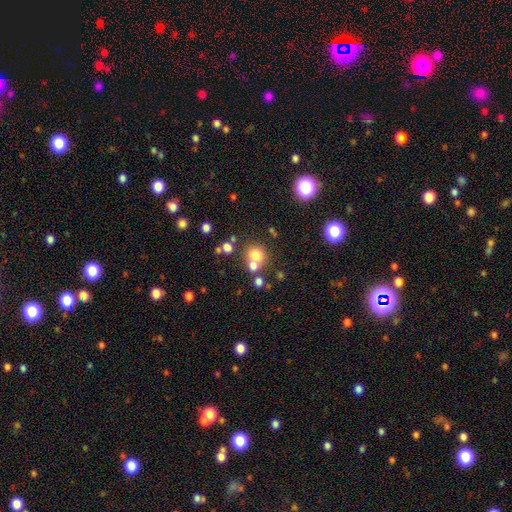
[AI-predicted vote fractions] Overall: smooth (71%). How rounded: round (83%). Merging: none (52%; merger 35%).